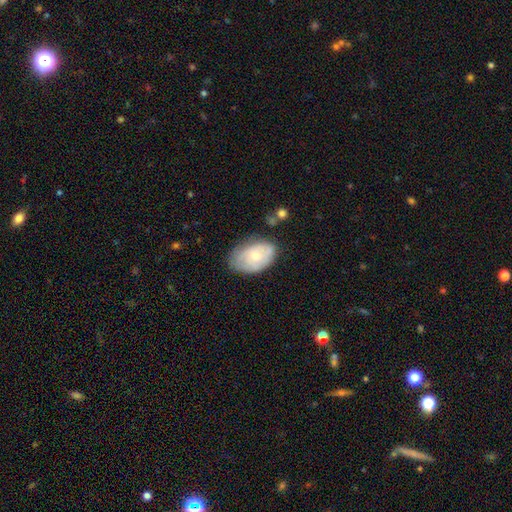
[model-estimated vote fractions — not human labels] smooth-or-featured: smooth: 57% | featured or disk: 37% | star or artifact: 6%
  how-rounded: in between: 88% | round: 11% | cigar-shaped: 1%
  merging: none: 63% | minor disturbance: 27% | major disturbance: 7% | merger: 3%